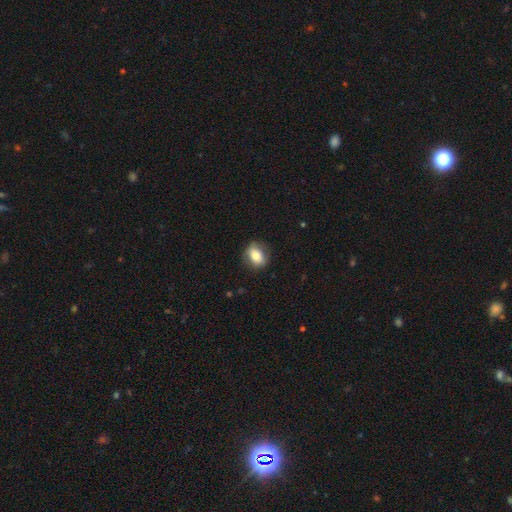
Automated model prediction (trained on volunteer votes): A smooth galaxy with no disk features (74%) that is in between round and cigar-shaped (66%). Merging: none (76%).